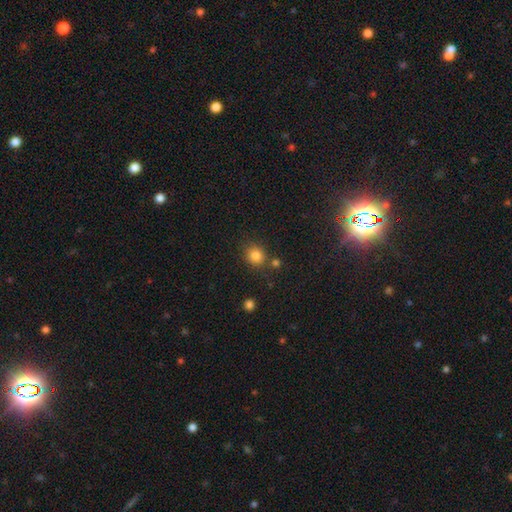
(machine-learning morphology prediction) Q: Smooth or featured?
A: smooth (83%); runner-up: star or artifact (12%)
Q: How rounded?
A: round (85%); runner-up: in between (14%)
Q: Merging?
A: none (78%); runner-up: minor disturbance (10%)